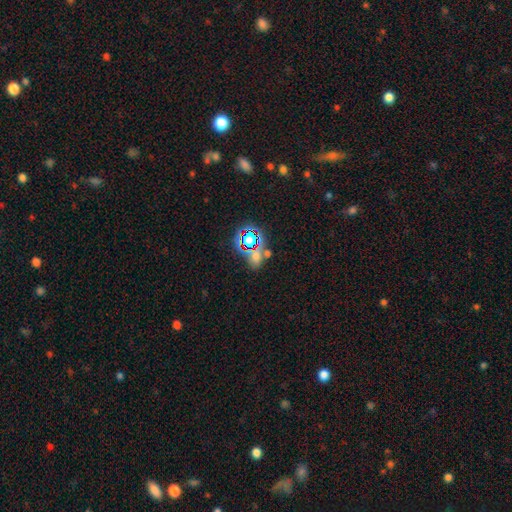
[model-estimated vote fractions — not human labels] The model was most divided on "smooth or featured": star or artifact: 45%, smooth: 44%, featured or disk: 11%.